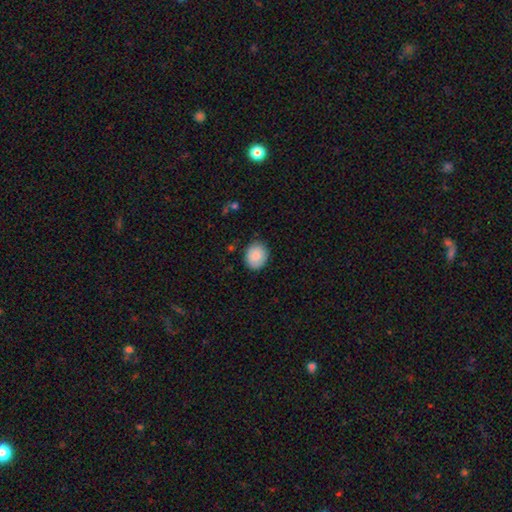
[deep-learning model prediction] smooth_or_featured: smooth (p=0.88) [alt: star or artifact p=0.07]
how_rounded: round (p=0.62) [alt: in between p=0.38]
merging: none (p=0.86) [alt: minor disturbance p=0.11]